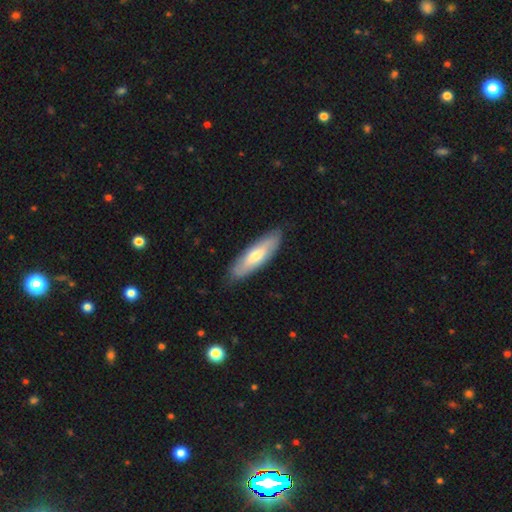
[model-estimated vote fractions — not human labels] smooth_or_featured: smooth (p=0.57) [alt: featured or disk p=0.38]
how_rounded: cigar-shaped (p=0.52) [alt: in between p=0.47]
merging: none (p=0.84) [alt: minor disturbance p=0.12]